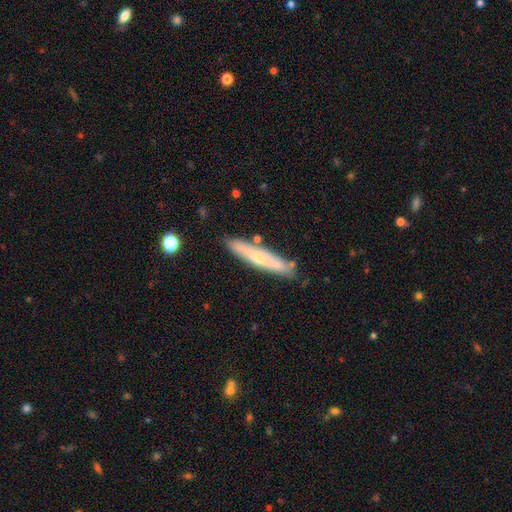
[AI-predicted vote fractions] smooth 47% (tied), featured or disk 47% (tied), star or artifact 7%. Down the decision tree: merging — none (82%).